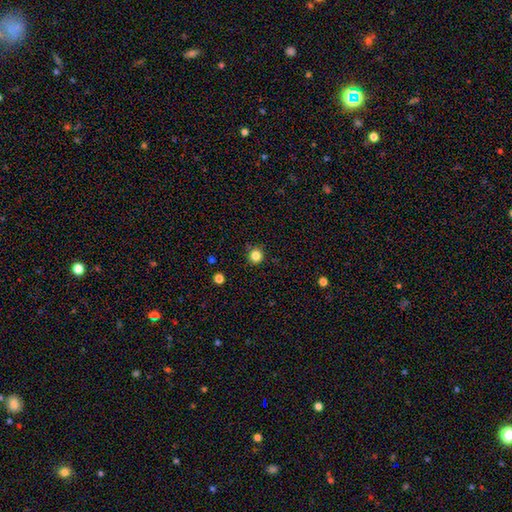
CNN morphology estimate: Smooth or featured? Predicted: smooth (p=0.84). How rounded? Predicted: round (p=0.95). Merging? Predicted: none (p=0.88).